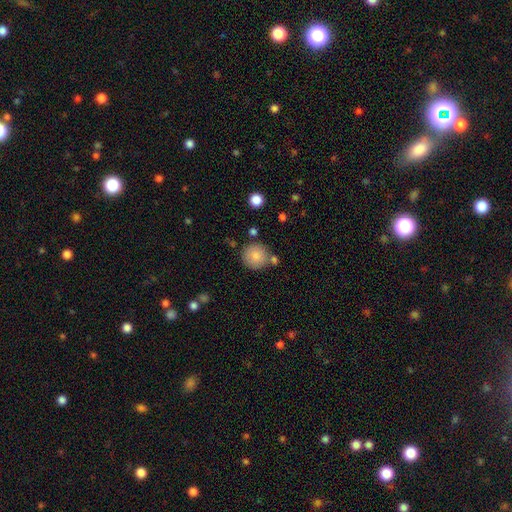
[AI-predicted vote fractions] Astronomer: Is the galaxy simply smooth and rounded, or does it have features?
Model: smooth — 82%.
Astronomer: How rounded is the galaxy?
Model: round — 94%.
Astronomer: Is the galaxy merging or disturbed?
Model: none — 77%.